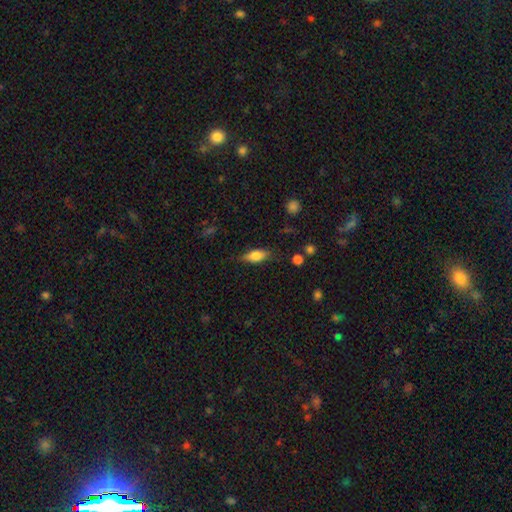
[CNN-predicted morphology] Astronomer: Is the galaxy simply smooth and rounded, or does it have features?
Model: smooth — 67%.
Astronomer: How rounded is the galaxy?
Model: in between — 72%.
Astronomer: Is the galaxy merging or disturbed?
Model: none — 77%.